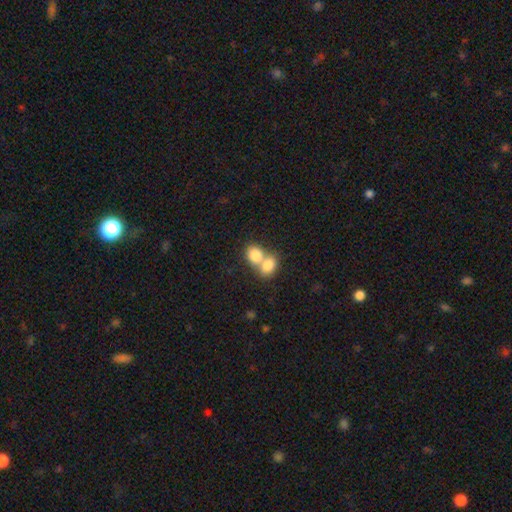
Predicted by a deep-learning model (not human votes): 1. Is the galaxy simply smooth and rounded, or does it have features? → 81% smooth, 11% featured or disk, 8% star or artifact.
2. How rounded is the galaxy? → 57% in between, 42% round, 1% cigar-shaped.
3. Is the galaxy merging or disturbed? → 69% merger, 23% none, 5% minor disturbance, 3% major disturbance.